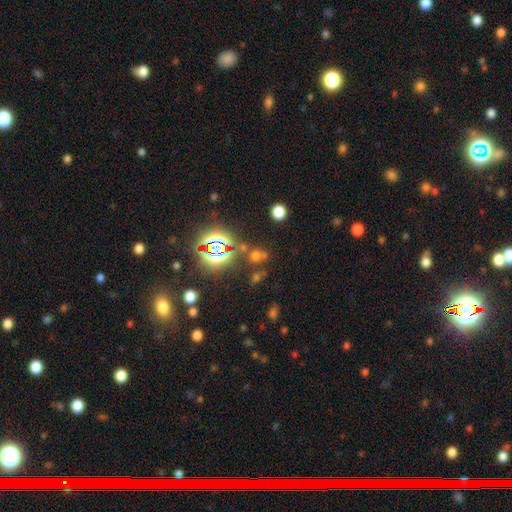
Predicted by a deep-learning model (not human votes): Smooth or featured? star or artifact (47%)